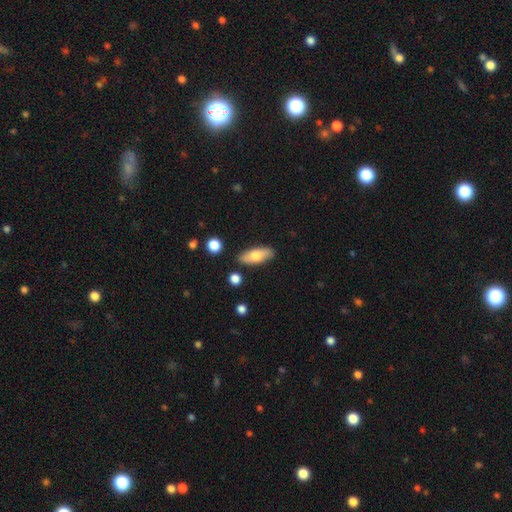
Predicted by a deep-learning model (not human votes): This appears to be a smooth galaxy with no disk features (69%) that is in between round and cigar-shaped (72%). Merging: none (85%).